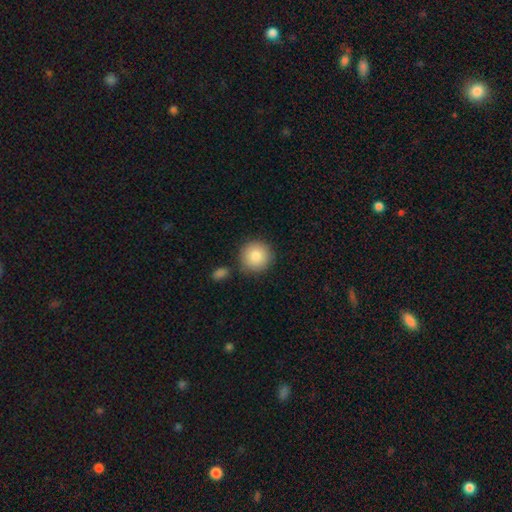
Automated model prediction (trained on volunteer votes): A smooth galaxy with no disk features (86%) that is round (94%). Merging: none (80%).